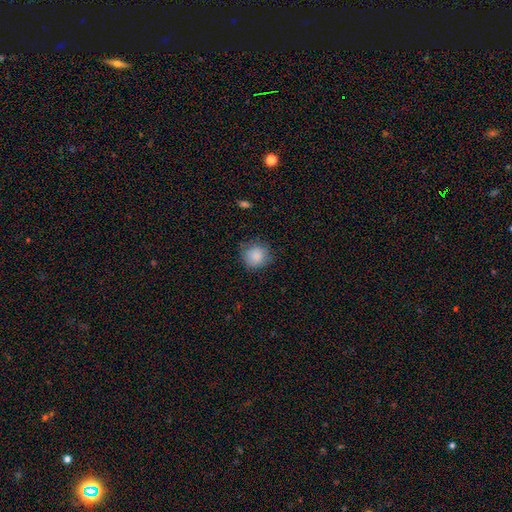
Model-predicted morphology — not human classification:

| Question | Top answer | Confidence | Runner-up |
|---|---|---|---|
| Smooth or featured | smooth | 87% | star or artifact (8%) |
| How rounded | round | 89% | in between (10%) |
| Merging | none | 78% | minor disturbance (17%) |